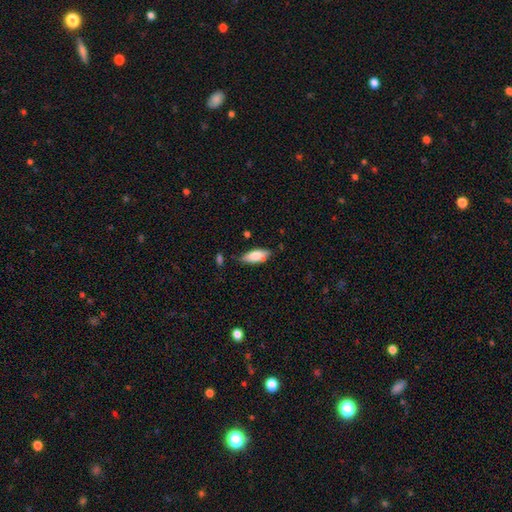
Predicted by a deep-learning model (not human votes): A smooth galaxy with no disk features (79%) that is in between round and cigar-shaped (78%).

Vote fractions:
- Smooth or featured? smooth: 79% / featured or disk: 15% / star or artifact: 6%
- How rounded? in between: 78% / cigar-shaped: 20% / round: 2%
- Merging? none: 73% / minor disturbance: 20% / major disturbance: 3% / merger: 3%